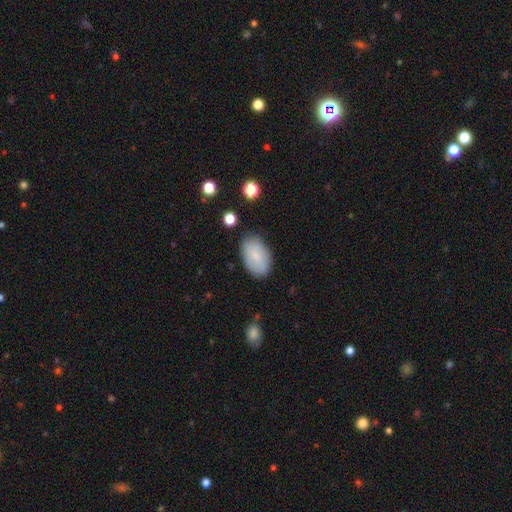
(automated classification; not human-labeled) Q: Smooth or featured?
A: smooth (81%); runner-up: featured or disk (12%)
Q: How rounded?
A: in between (93%); runner-up: round (6%)
Q: Merging?
A: none (80%); runner-up: minor disturbance (15%)